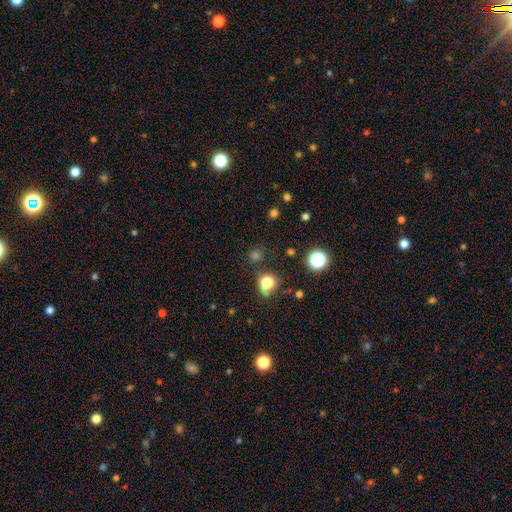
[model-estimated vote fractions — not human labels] smooth_or_featured: smooth (p=0.65) [alt: star or artifact p=0.29]
how_rounded: round (p=0.86) [alt: in between p=0.13]
merging: none (p=0.75) [alt: minor disturbance p=0.13]